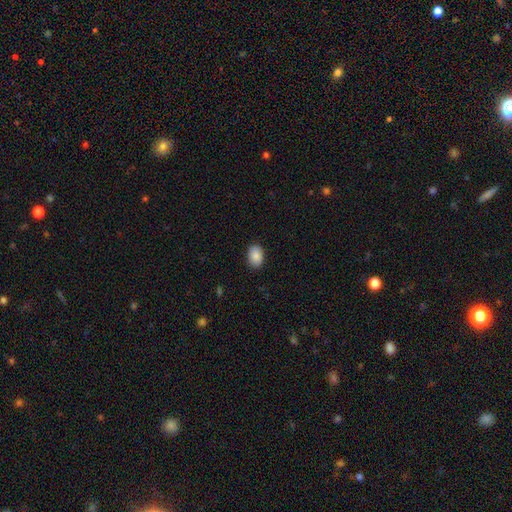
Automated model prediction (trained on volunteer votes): This appears to be a smooth galaxy with no disk features (89%) that is in between round and cigar-shaped (82%). Merging: none (88%).